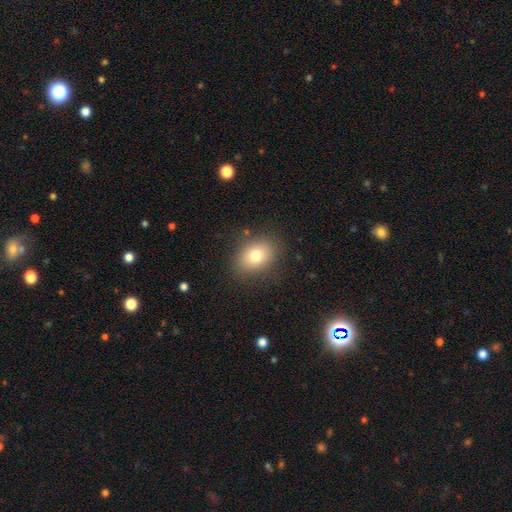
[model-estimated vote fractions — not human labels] smooth 78%, featured or disk 12%, star or artifact 10%. Down the decision tree: how rounded — in between (72%); merging — none (84%).